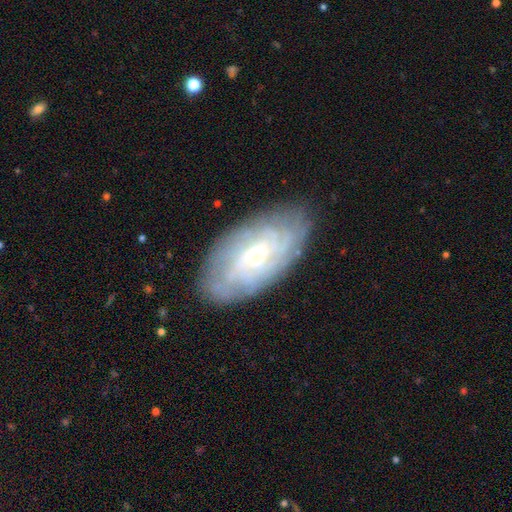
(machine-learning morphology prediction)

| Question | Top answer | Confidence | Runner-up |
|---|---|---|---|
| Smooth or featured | featured or disk | 75% | smooth (19%) |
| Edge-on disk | no | 93% | yes (7%) |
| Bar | no | 62% | weak (33%) |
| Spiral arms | yes | 90% | no (10%) |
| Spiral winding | tight | 70% | medium (23%) |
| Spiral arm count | can't tell | 55% | 4 (14%) |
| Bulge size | small | 53% | moderate (42%) |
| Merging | none | 80% | minor disturbance (15%) |